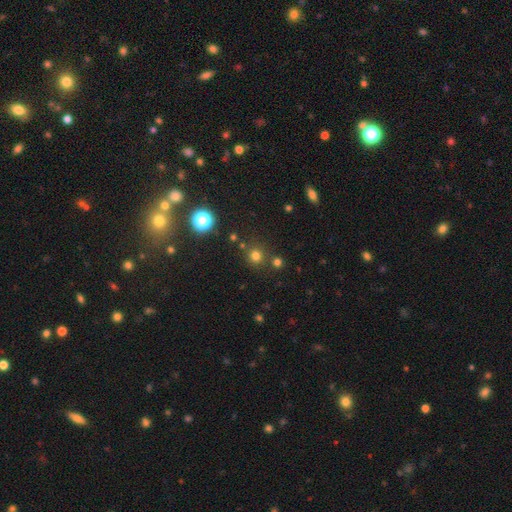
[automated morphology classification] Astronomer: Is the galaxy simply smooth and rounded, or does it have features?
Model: smooth — 71%.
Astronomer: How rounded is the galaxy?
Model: round — 93%.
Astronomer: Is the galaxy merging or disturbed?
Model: none — 80%.